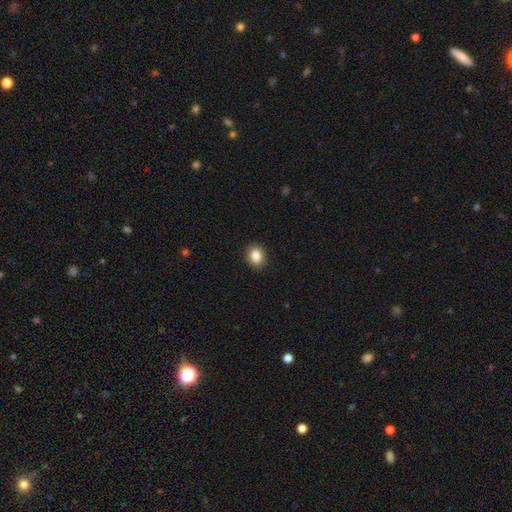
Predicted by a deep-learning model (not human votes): Smooth or featured? Predicted: smooth (p=0.86). How rounded? Predicted: round (p=0.52). Merging? Predicted: none (p=0.90).